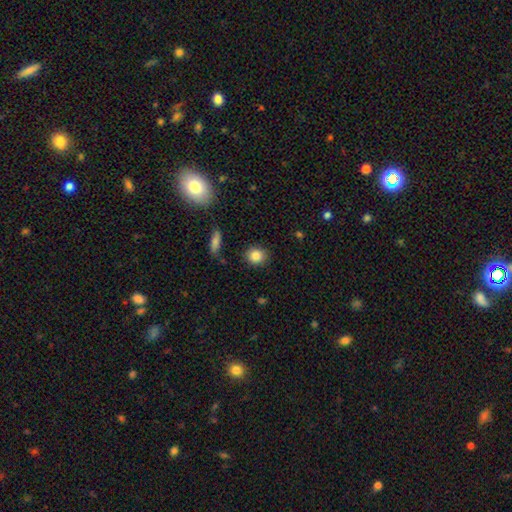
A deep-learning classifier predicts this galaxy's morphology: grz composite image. It shows a smooth galaxy with no disk features (85%) that is round (82%). Merging: none (87%).